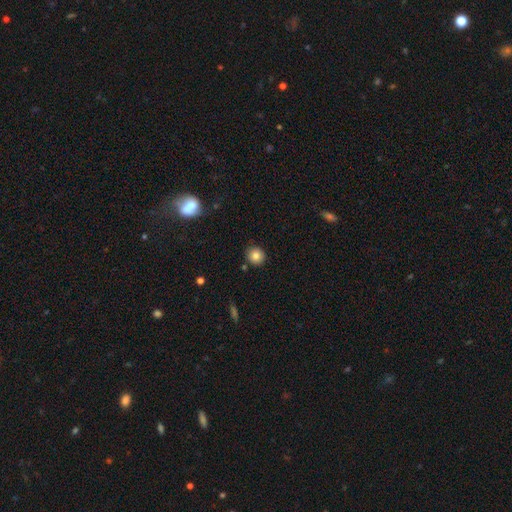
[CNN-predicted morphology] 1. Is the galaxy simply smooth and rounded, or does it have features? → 82% smooth, 11% star or artifact, 8% featured or disk.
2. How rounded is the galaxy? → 89% round, 10% in between, 1% cigar-shaped.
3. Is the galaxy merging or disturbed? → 87% none, 9% minor disturbance, 3% merger, 2% major disturbance.